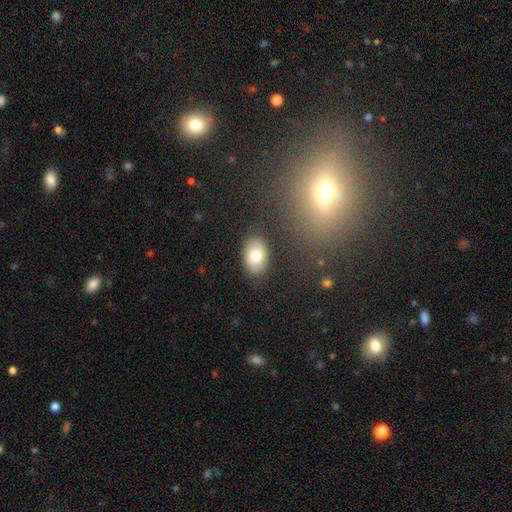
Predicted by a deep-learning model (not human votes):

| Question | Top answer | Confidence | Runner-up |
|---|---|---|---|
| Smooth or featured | smooth | 75% | featured or disk (18%) |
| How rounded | in between | 86% | round (13%) |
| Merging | none | 85% | minor disturbance (10%) |